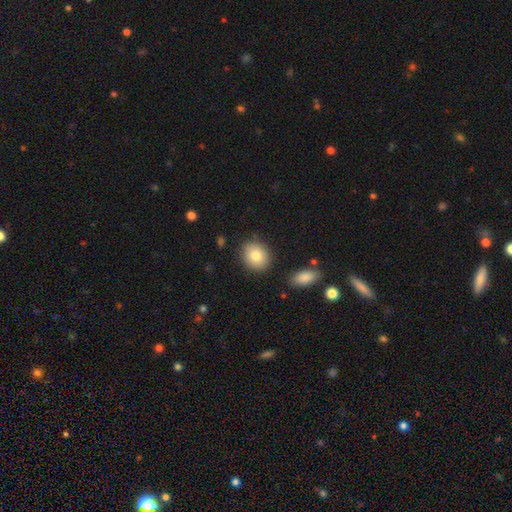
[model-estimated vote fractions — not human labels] Morphology: type=smooth (81%); roundness=round (62%); merging=none (85%).